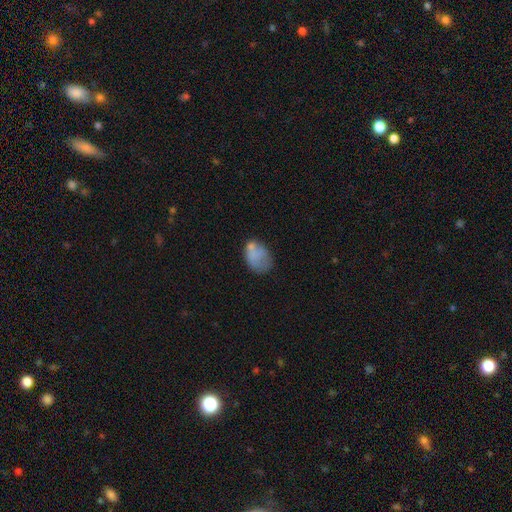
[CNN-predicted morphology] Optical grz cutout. It shows a smooth galaxy with no disk features (69%) that is in between round and cigar-shaped (80%). Merging: none (42%).